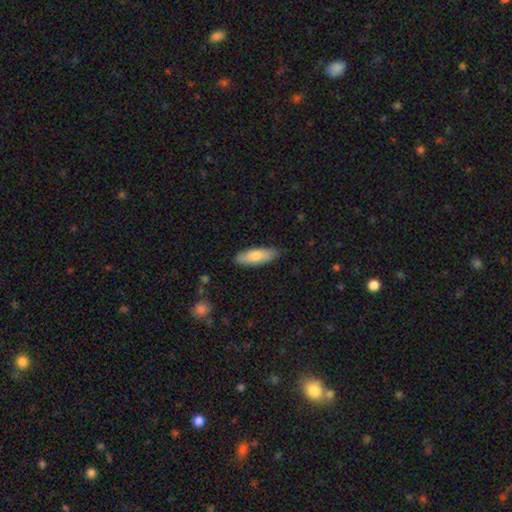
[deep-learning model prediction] Smooth or featured: smooth — 75% (featured or disk — 20%)
How rounded: in between — 59% (cigar-shaped — 39%)
Merging: none — 85% (minor disturbance — 11%)